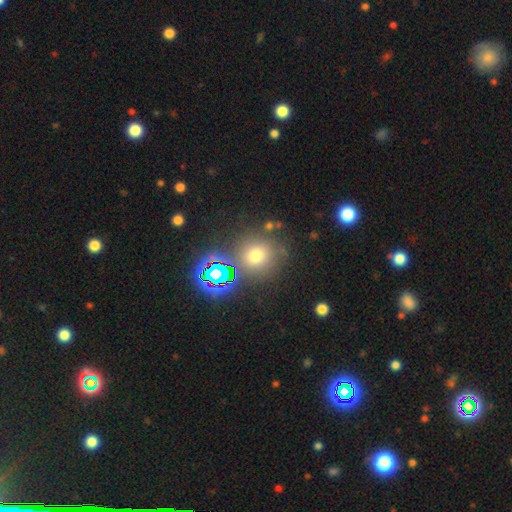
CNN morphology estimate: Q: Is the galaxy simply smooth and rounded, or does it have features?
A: smooth — 64%.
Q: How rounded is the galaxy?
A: round — 87%.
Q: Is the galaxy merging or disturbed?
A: none — 77%.